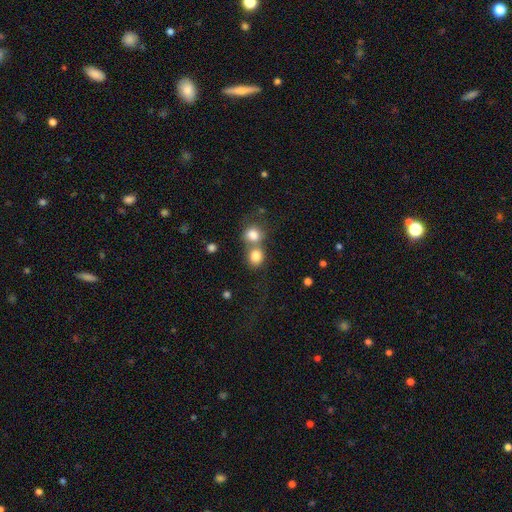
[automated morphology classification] This appears to be a smooth galaxy with no disk features (81%) that is round (77%). Merging: merger (51%).